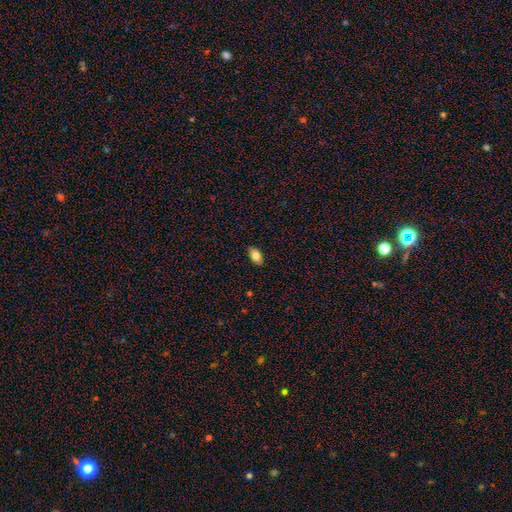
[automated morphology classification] Overall: smooth (78%). How rounded: in between (91%). Merging: none (88%).